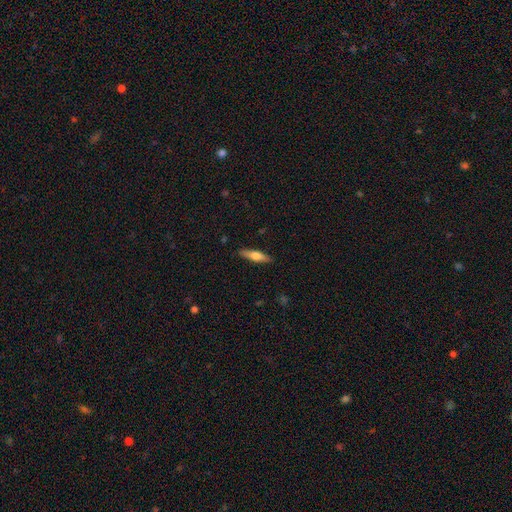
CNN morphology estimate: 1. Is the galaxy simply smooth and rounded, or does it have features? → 57% smooth, 37% featured or disk, 6% star or artifact.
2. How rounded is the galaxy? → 72% cigar-shaped, 26% in between, 2% round.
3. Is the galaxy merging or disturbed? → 88% none, 9% minor disturbance, 2% major disturbance, 1% merger.